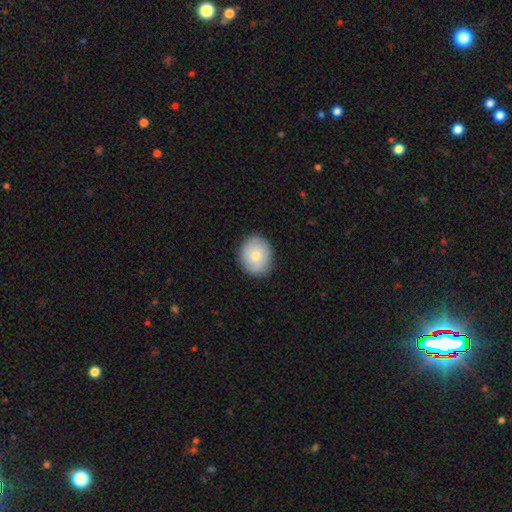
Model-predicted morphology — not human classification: smooth 77%, featured or disk 16%, star or artifact 7%. Down the decision tree: how rounded — round (58%); merging — none (87%).